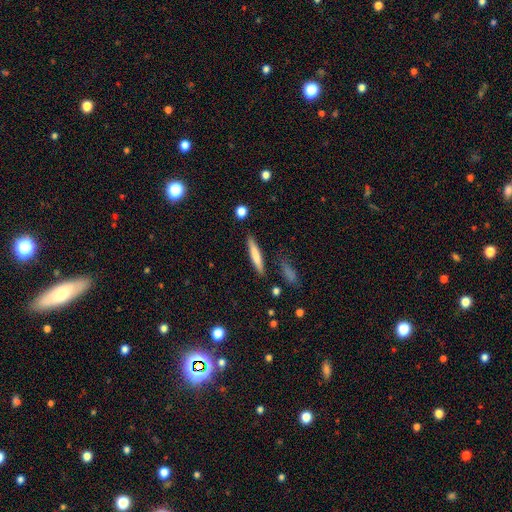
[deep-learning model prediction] Overall: smooth (73%). How rounded: cigar-shaped (91%). Merging: none (86%).